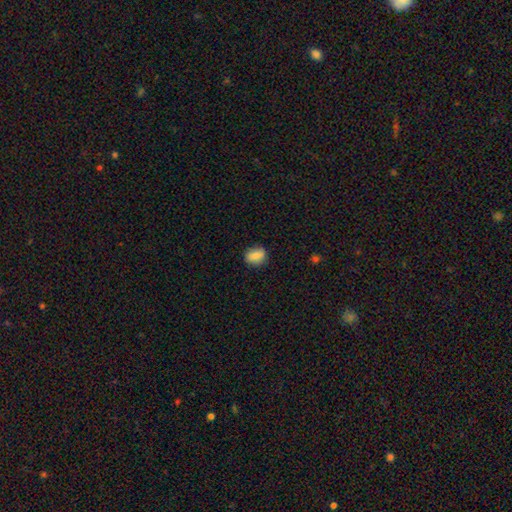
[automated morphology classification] Smooth or featured? smooth (84%)
How rounded? in between (56%)
Merging? none (82%)